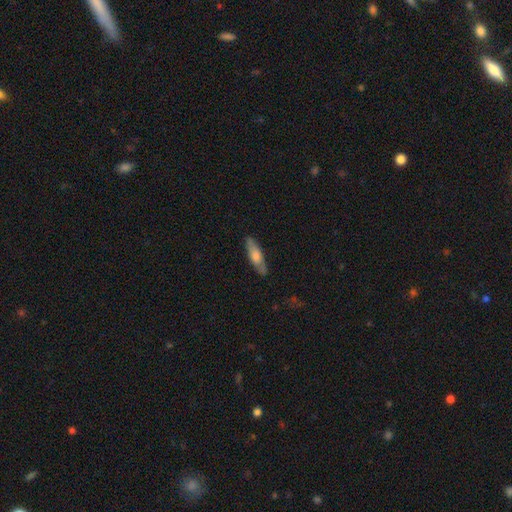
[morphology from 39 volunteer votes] Q: Smooth or featured?
A: smooth (74%); runner-up: featured or disk (21%)
Q: How rounded?
A: cigar-shaped (66%); runner-up: in between (31%)
Q: Merging?
A: none (81%); runner-up: minor disturbance (16%)